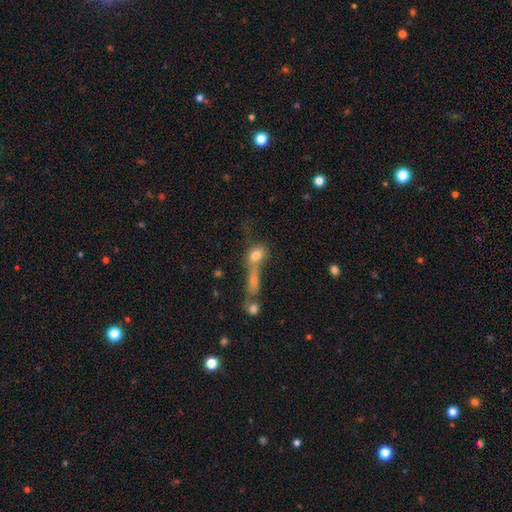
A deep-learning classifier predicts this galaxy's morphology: Smooth or featured? Predicted: smooth (p=0.72). How rounded? Predicted: in between (p=0.54). Merging? Predicted: merger (p=0.52).